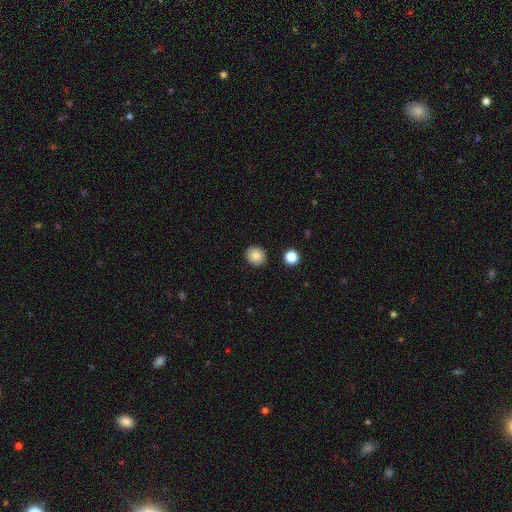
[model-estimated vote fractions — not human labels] The model was most divided on "how rounded": round: 84%, in between: 15%, cigar-shaped: 1%. More confident: merging — none (90%); smooth or featured — smooth (84%).